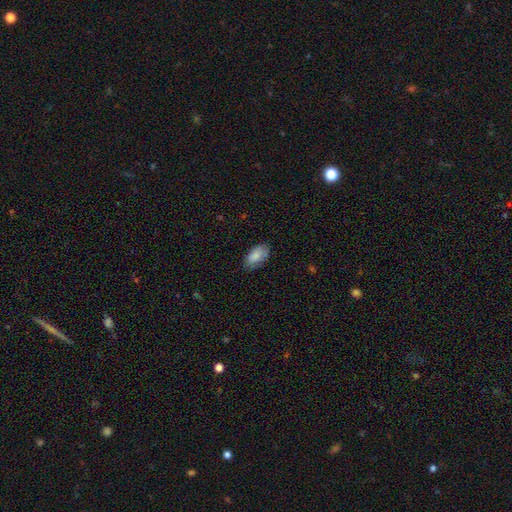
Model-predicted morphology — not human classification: A smooth galaxy with no disk features (85%) that is in between round and cigar-shaped (93%). Merging: none (77%).